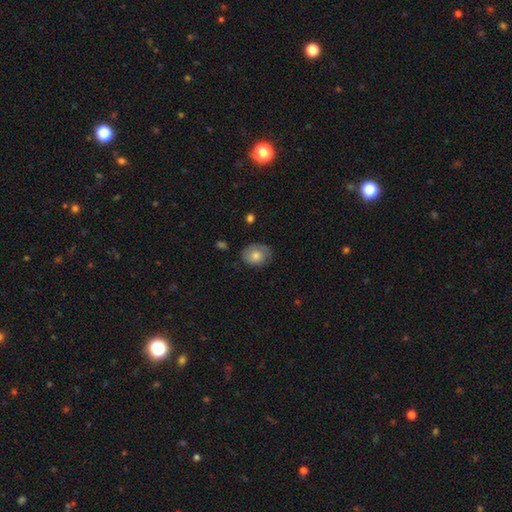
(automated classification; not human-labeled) Smooth or featured? Predicted: smooth (p=0.73). How rounded? Predicted: in between (p=0.57). Merging? Predicted: none (p=0.67).